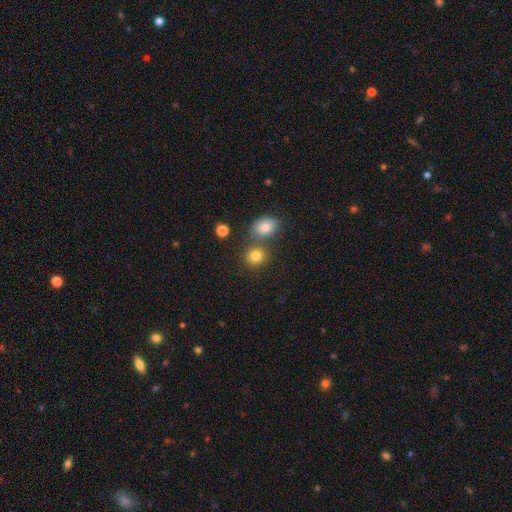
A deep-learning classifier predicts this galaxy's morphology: The model was most divided on "merging": none: 62%, merger: 25%, minor disturbance: 9%, major disturbance: 3%. More confident: smooth or featured — smooth (81%); how rounded — round (78%).